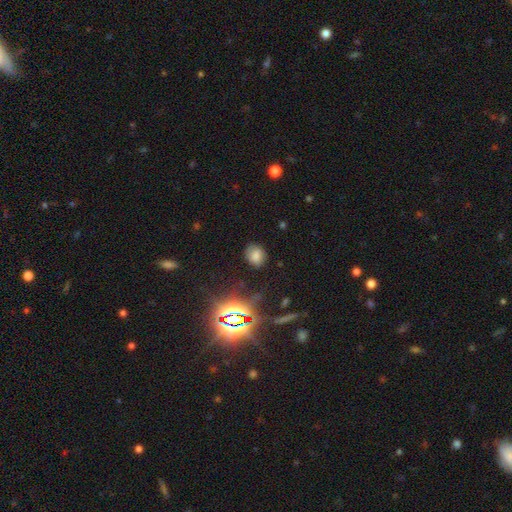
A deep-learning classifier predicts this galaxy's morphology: smooth_or_featured: smooth (p=0.61) [alt: star or artifact p=0.29]
how_rounded: round (p=0.61) [alt: in between p=0.38]
merging: none (p=0.82) [alt: minor disturbance p=0.12]